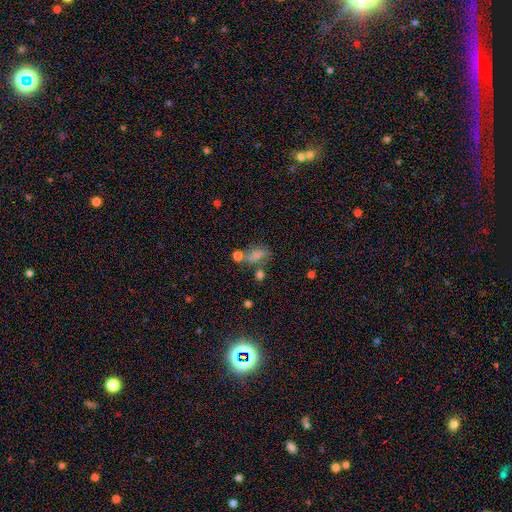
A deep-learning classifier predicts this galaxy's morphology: This is likely a smooth galaxy (64%). How rounded: likely in between (75%). Merging: marginally none (37%).